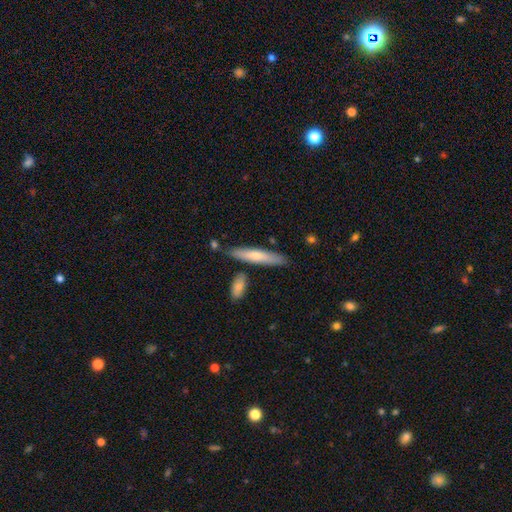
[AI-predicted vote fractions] A smooth galaxy with no disk features (64%) that is cigar-shaped (85%). Merging: none (78%).